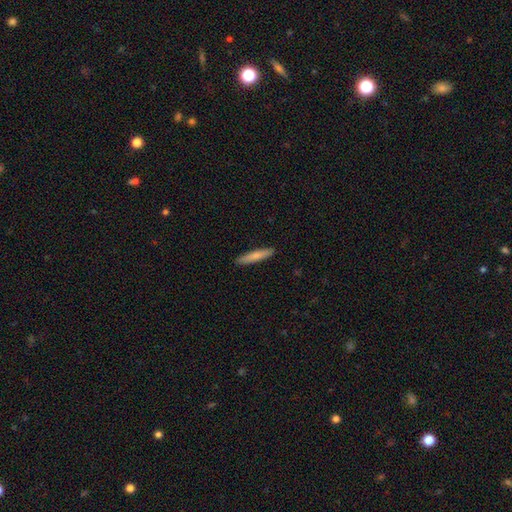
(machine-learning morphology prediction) type=smooth (76%); roundness=cigar-shaped (91%); merging=none (91%).